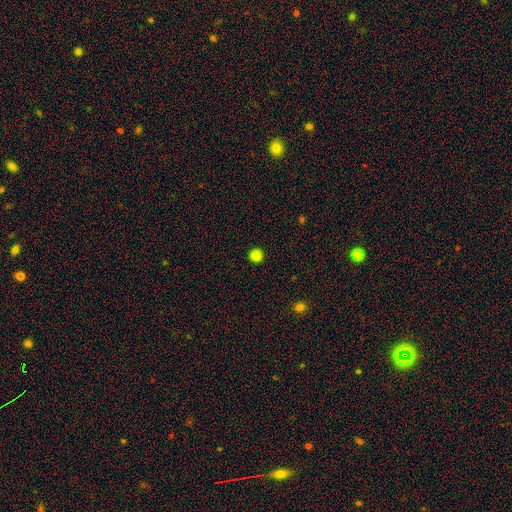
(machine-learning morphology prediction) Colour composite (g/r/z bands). It shows a smooth galaxy with no disk features (81%) that is round (92%). Merging: none (88%).